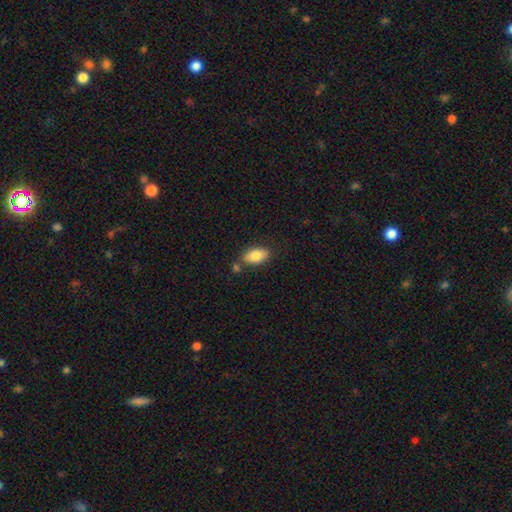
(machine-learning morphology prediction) A smooth galaxy with no disk features (84%) that is in between round and cigar-shaped (92%).

Vote fractions:
- Smooth or featured? smooth: 84% / featured or disk: 9% / star or artifact: 7%
- How rounded? in between: 92% / round: 4% / cigar-shaped: 3%
- Merging? none: 72% / minor disturbance: 14% / merger: 11% / major disturbance: 3%